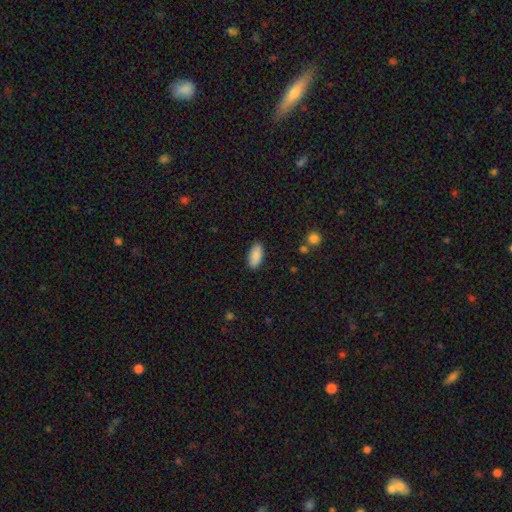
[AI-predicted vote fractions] Morphology: type=smooth (90%); roundness=in between (91%); merging=none (88%).